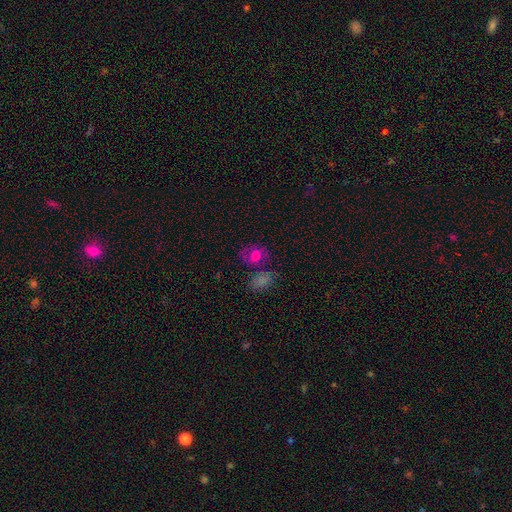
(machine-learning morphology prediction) smooth-or-featured: smooth: 59% | featured or disk: 30% | star or artifact: 11%
  how-rounded: in between: 52% | round: 46% | cigar-shaped: 1%
  merging: none: 56% | merger: 17% | minor disturbance: 17% | major disturbance: 9%